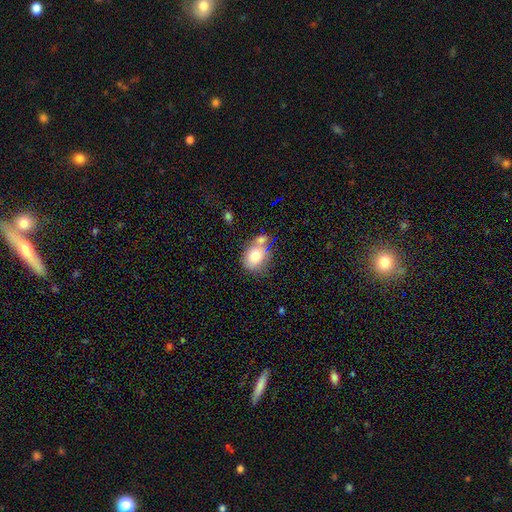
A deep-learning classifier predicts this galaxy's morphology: This appears to be a smooth galaxy with no disk features (75%) that is in between round and cigar-shaped (50%). Merging: none (48%).